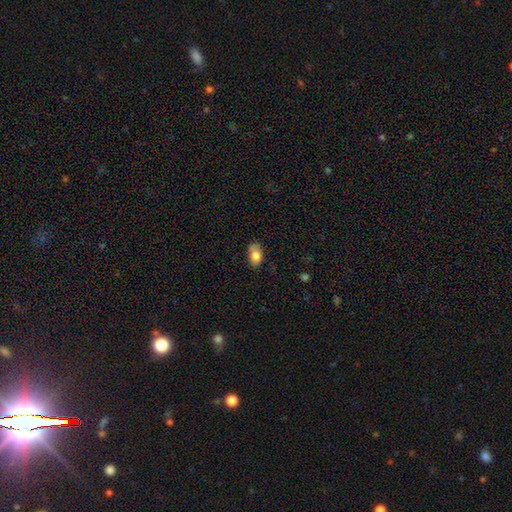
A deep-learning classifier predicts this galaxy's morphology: Smooth or featured? Predicted: smooth (p=0.80). How rounded? Predicted: in between (p=0.88). Merging? Predicted: none (p=0.61).